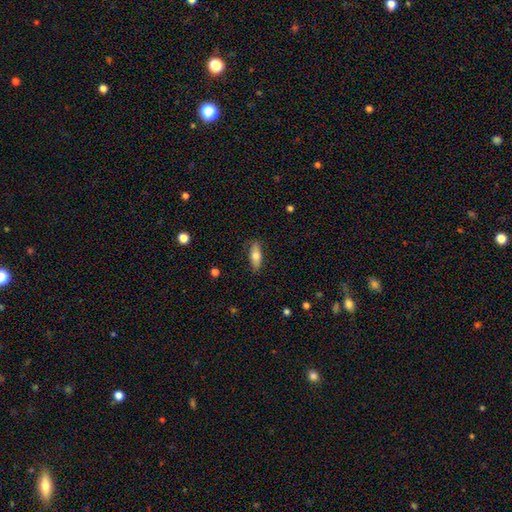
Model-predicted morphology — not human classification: smooth_or_featured: smooth (p=0.69) [alt: featured or disk p=0.24]
how_rounded: in between (p=0.63) [alt: cigar-shaped p=0.34]
merging: none (p=0.85) [alt: minor disturbance p=0.12]